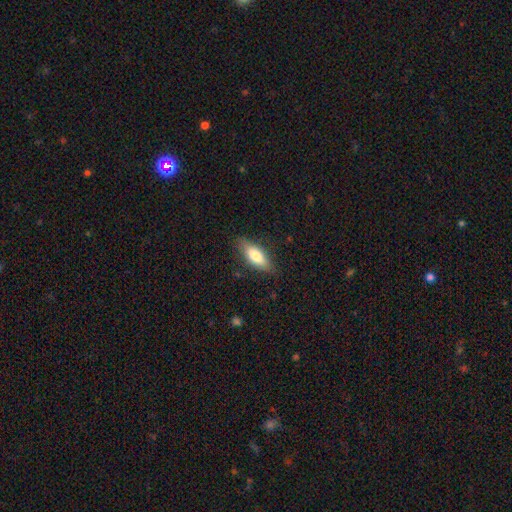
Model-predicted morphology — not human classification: Q: Smooth or featured?
A: smooth (76%); runner-up: featured or disk (18%)
Q: How rounded?
A: in between (72%); runner-up: cigar-shaped (26%)
Q: Merging?
A: none (82%); runner-up: minor disturbance (14%)